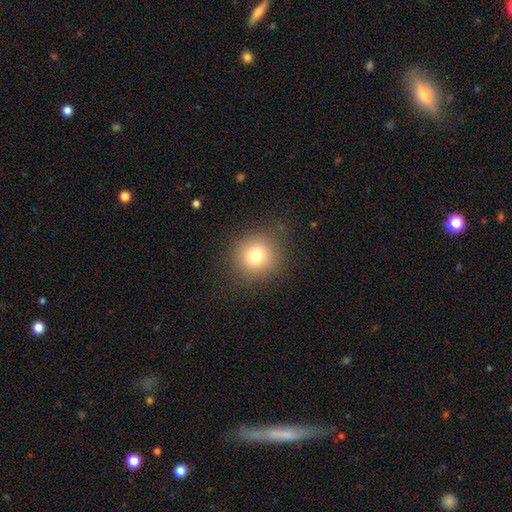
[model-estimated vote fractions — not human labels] Smooth or featured? Predicted: smooth (p=0.78). How rounded? Predicted: round (p=0.91). Merging? Predicted: none (p=0.86).